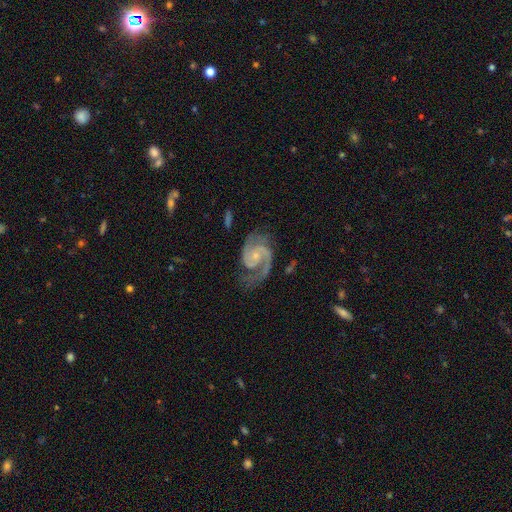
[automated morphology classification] A featured or disk galaxy (92%) with no bar (64%), 2 (90%) medium (58%) spiral arms (98%) and a small central bulge (71%).

Vote fractions:
- Smooth or featured? featured or disk: 92% / star or artifact: 4% / smooth: 3%
- Edge-on disk? no: 98% / yes: 2%
- Bar? no: 64% / weak: 29% / strong: 7%
- Spiral arms? yes: 98% / no: 2%
- Spiral winding? medium: 58% / tight: 30% / loose: 12%
- Spiral arm count? 2: 90% / 1: 3% / 3: 3% / can't tell: 2% / 4: 1% / more than 4: 1%
- Bulge size? small: 71% / moderate: 22% / none: 6% / large: 1% / dominant: 1%
- Merging? none: 69% / minor disturbance: 18% / major disturbance: 11% / merger: 2%